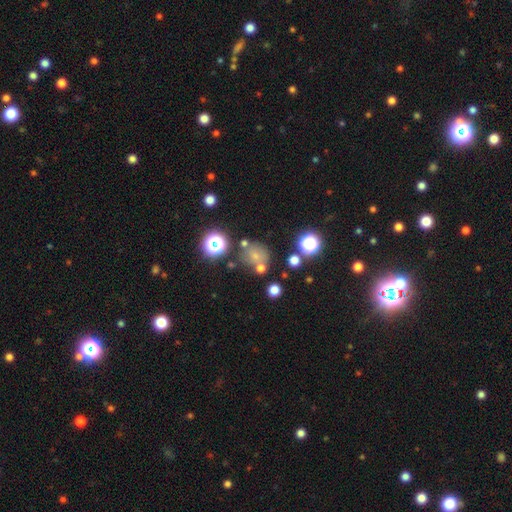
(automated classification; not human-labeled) This is possibly a smooth galaxy (59%). How rounded: likely round (80%). Merging: likely none (63%).